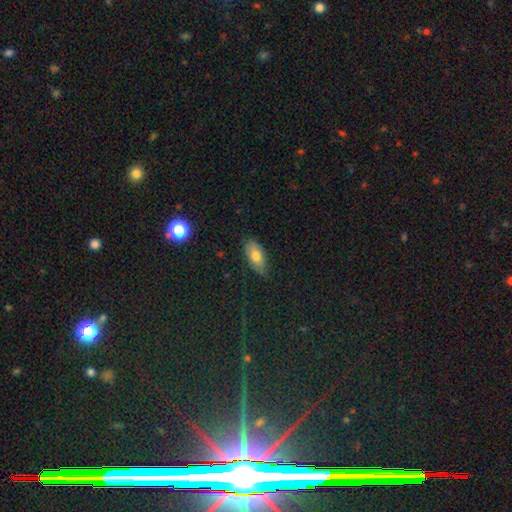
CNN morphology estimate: Q: Smooth or featured?
A: smooth (75%); runner-up: featured or disk (16%)
Q: How rounded?
A: in between (87%); runner-up: cigar-shaped (9%)
Q: Merging?
A: none (79%); runner-up: minor disturbance (17%)